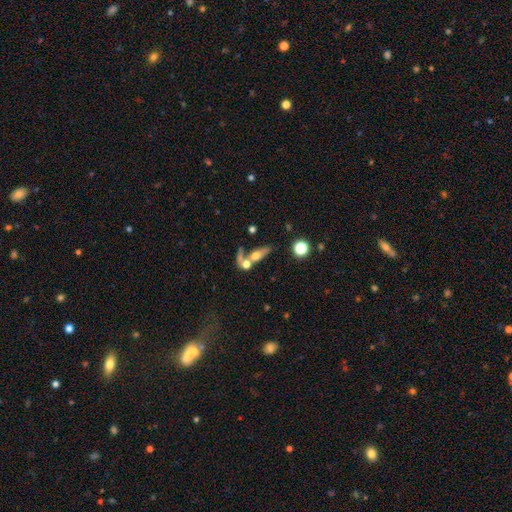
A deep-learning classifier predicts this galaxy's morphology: Smooth or featured: smooth — 49% (featured or disk — 41%)
Merging: merger — 40% (tied with none — 40%)